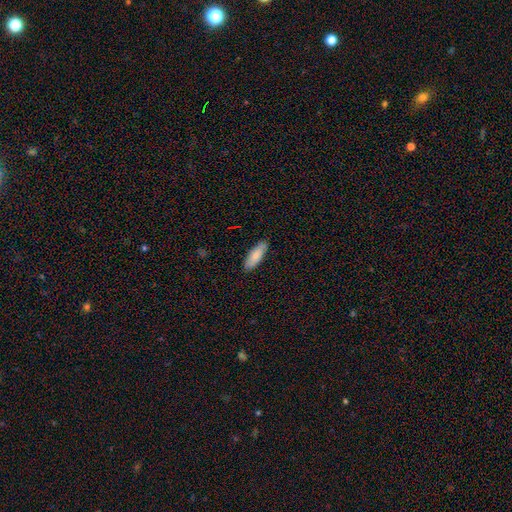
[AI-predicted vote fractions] Morphology: type=smooth (80%); roundness=in between (66%); merging=none (86%).